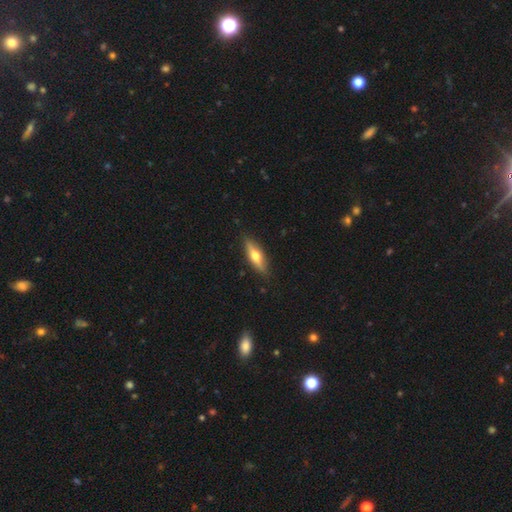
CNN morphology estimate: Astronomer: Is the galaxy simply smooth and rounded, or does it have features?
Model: featured or disk — 48% (runner-up: smooth, 46%).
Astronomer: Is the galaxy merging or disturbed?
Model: none — 87%.